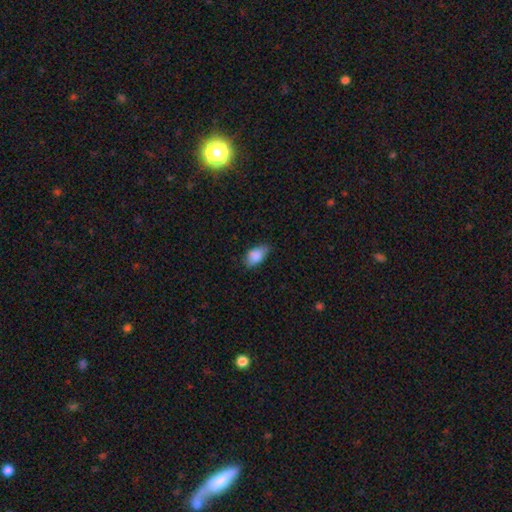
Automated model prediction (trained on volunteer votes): Smooth or featured? smooth (87%)
How rounded? in between (90%)
Merging? none (61%)